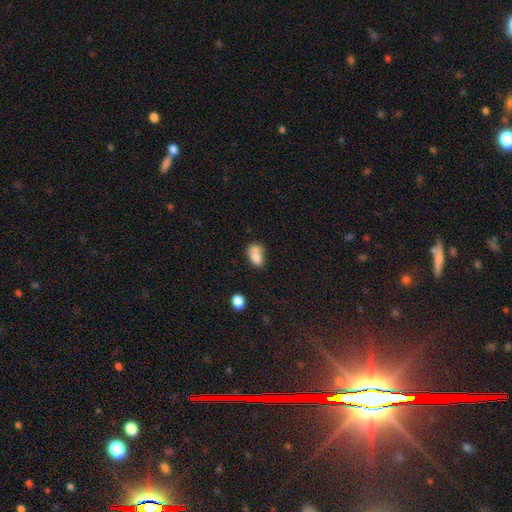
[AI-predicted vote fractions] Smooth or featured: smooth — 75% (featured or disk — 15%)
How rounded: in between — 79% (round — 19%)
Merging: merger — 52% (none — 26%)